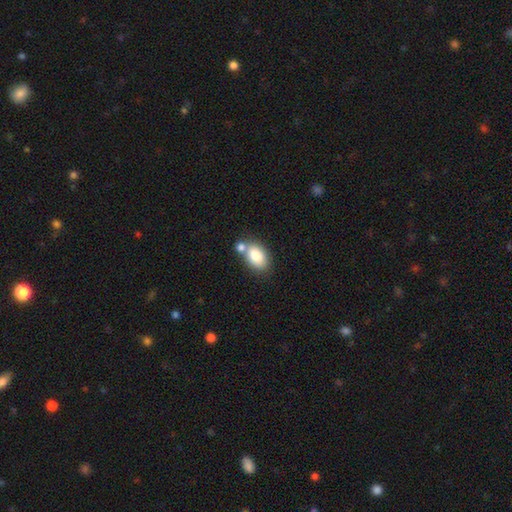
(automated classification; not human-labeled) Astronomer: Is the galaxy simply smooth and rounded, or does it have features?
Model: smooth — 82%.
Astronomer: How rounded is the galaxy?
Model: in between — 88%.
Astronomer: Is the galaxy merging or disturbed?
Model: none — 50% (runner-up: merger, 33%).